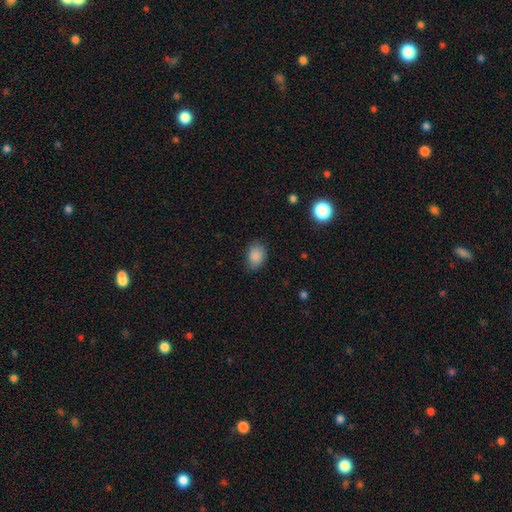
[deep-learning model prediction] Smooth or featured? smooth (87%)
How rounded? in between (72%)
Merging? none (76%)